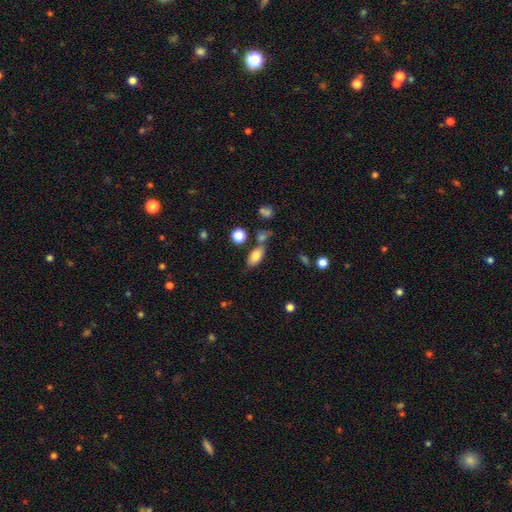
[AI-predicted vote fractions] The model was most divided on "merging": none: 64%, minor disturbance: 17%, merger: 14%, major disturbance: 5%. More confident: how rounded — in between (86%); smooth or featured — smooth (79%).